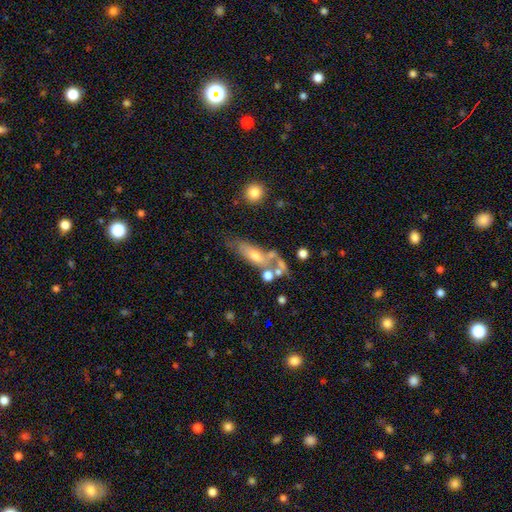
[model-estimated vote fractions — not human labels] Smooth or featured? Predicted: smooth (p=0.46). Merging? Predicted: none (p=0.36).